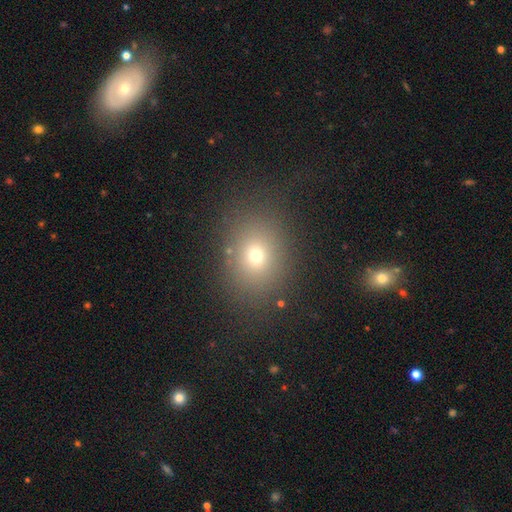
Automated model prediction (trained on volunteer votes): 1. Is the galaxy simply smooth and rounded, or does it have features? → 68% smooth, 19% star or artifact, 12% featured or disk.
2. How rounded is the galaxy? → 53% round, 46% in between, 1% cigar-shaped.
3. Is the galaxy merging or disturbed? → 80% none, 11% minor disturbance, 6% major disturbance, 2% merger.